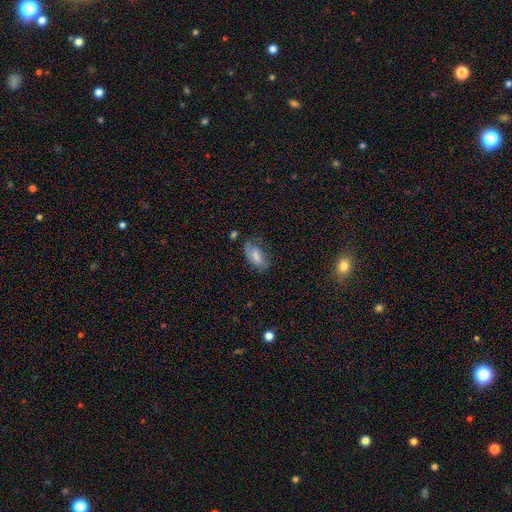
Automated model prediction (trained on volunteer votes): This appears to be a smooth galaxy with no disk features (72%) that is in between round and cigar-shaped (91%). Merging: none (63%).